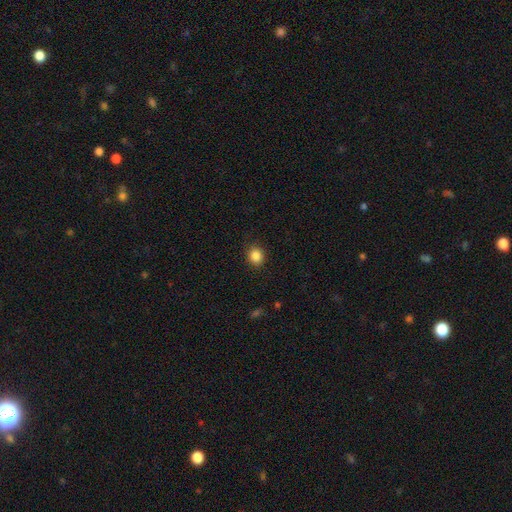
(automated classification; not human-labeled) This appears to be a smooth galaxy with no disk features (86%) that is round (75%). Merging: none (89%).